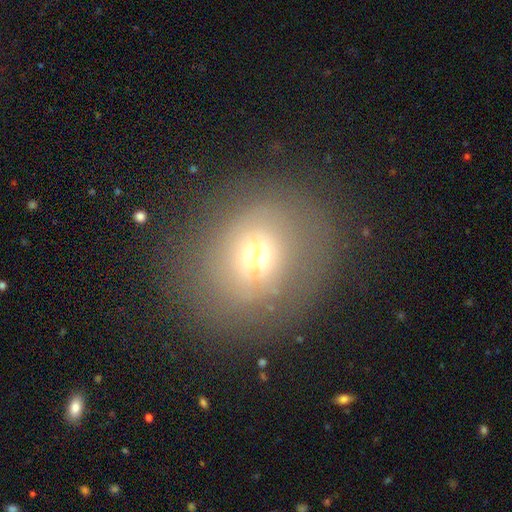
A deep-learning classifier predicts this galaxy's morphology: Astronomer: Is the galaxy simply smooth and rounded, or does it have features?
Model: smooth — 49% (runner-up: featured or disk, 33%).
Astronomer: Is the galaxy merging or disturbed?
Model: none — 65%.